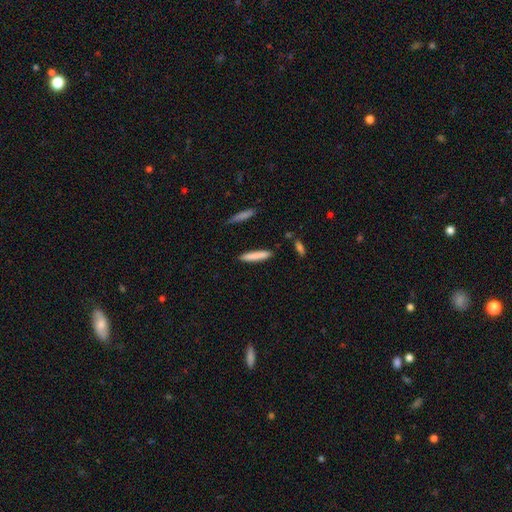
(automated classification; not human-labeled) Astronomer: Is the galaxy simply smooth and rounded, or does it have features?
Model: smooth — 82%.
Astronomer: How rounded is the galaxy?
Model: cigar-shaped — 90%.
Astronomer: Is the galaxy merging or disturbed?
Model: none — 88%.